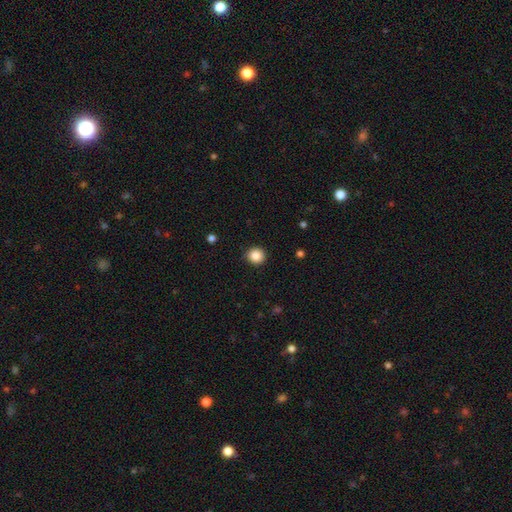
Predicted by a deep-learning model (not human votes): The model was most divided on "smooth or featured": smooth: 87%, star or artifact: 10%, featured or disk: 4%. More confident: how rounded — round (93%); merging — none (91%).